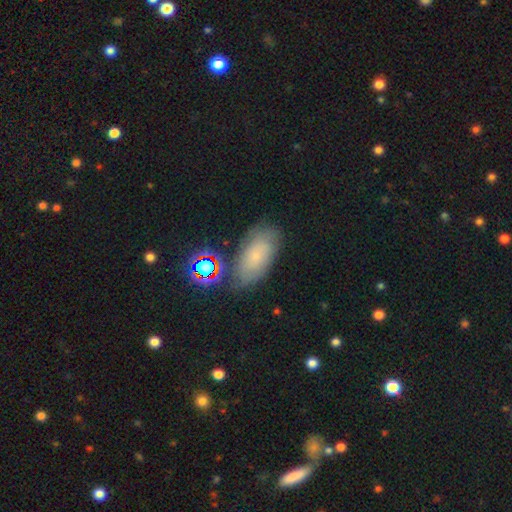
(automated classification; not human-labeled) A smooth galaxy with no disk features (54%) that is in between round and cigar-shaped (90%).

Vote fractions:
- Smooth or featured? smooth: 54% / featured or disk: 30% / star or artifact: 16%
- How rounded? in between: 90% / round: 6% / cigar-shaped: 4%
- Merging? none: 71% / minor disturbance: 18% / major disturbance: 6% / merger: 5%